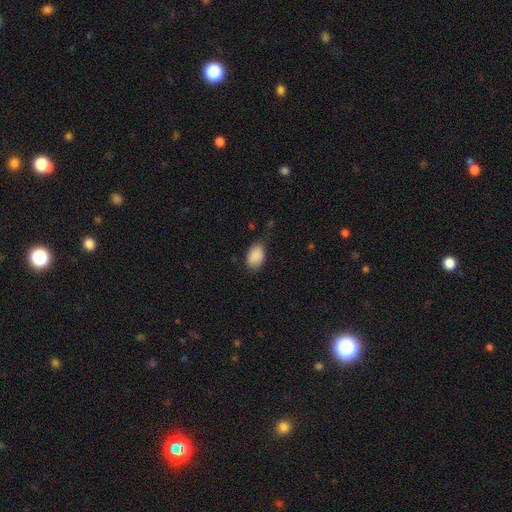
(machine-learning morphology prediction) Overall: smooth (89%). How rounded: in between (89%). Merging: none (65%; minor disturbance 26%).